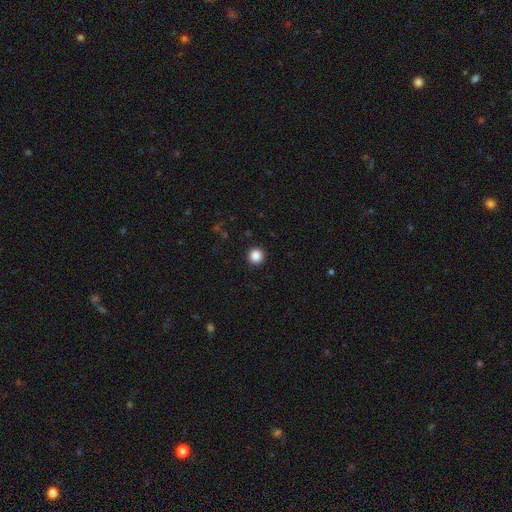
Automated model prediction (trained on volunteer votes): The model was most divided on "smooth or featured": smooth: 86%, star or artifact: 10%, featured or disk: 3%. More confident: how rounded — round (95%); merging — none (93%).